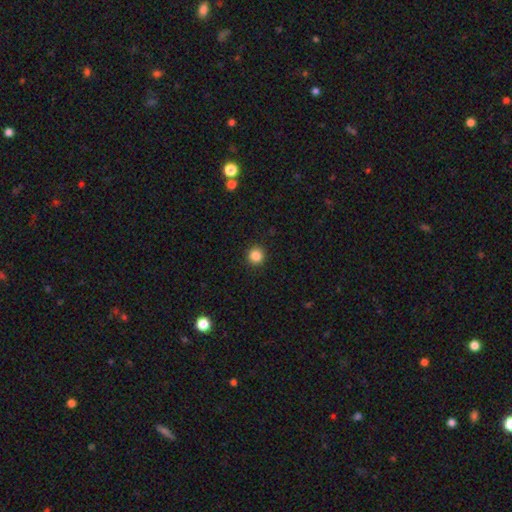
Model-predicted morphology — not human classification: smooth_or_featured: smooth (p=0.86) [alt: star or artifact p=0.11]
how_rounded: round (p=0.94) [alt: in between p=0.05]
merging: none (p=0.92) [alt: minor disturbance p=0.05]